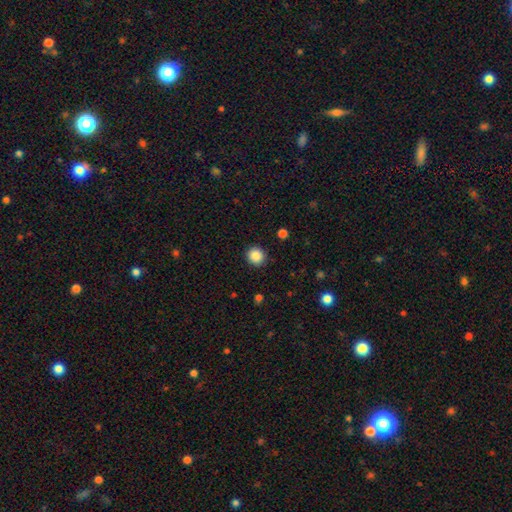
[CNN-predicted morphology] smooth 87%, star or artifact 10%, featured or disk 3%. Down the decision tree: how rounded — round (92%); merging — none (91%).